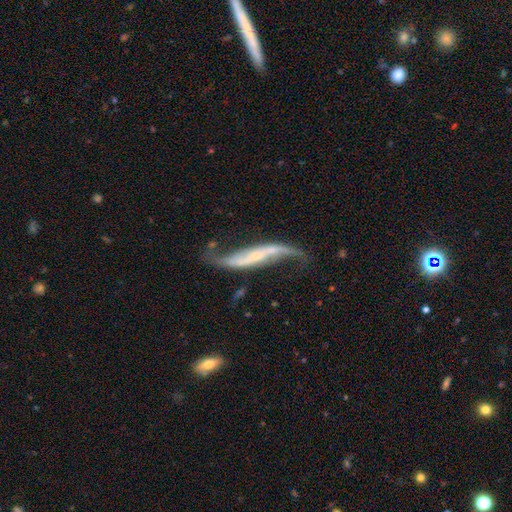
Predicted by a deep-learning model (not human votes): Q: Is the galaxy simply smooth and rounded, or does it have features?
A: featured or disk — 86%.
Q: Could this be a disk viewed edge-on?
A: no — 75%.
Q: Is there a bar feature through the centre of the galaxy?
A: no — 37%.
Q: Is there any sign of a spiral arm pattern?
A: yes — 93%.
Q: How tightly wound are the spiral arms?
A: loose — 90%.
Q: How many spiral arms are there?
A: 2 — 92%.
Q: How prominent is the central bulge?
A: small — 70%.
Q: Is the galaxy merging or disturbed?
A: none — 56%.